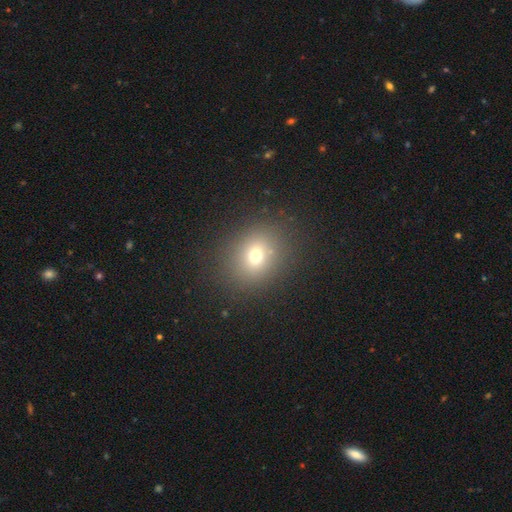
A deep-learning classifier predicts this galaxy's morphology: A smooth galaxy with no disk features (70%) that is round (67%). Merging: none (85%).